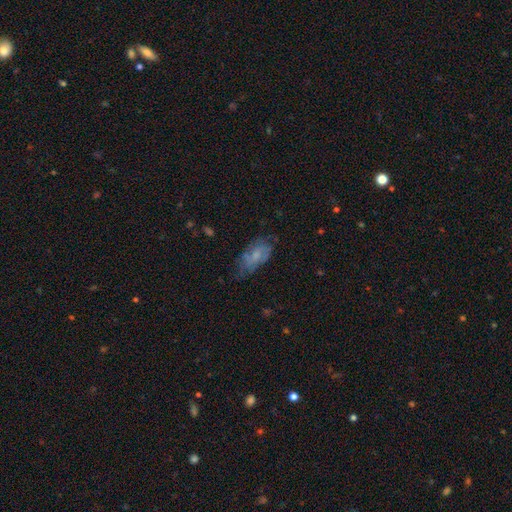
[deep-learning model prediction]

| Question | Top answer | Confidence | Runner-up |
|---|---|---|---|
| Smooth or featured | smooth | 54% | featured or disk (37%) |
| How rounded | in between | 89% | cigar-shaped (6%) |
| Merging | none | 49% | minor disturbance (32%) |